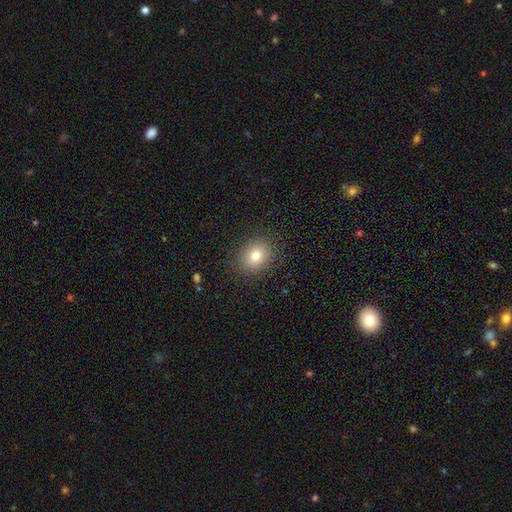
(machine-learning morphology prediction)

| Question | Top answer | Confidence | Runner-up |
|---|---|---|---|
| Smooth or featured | smooth | 78% | star or artifact (12%) |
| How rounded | round | 66% | in between (34%) |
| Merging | none | 87% | minor disturbance (9%) |